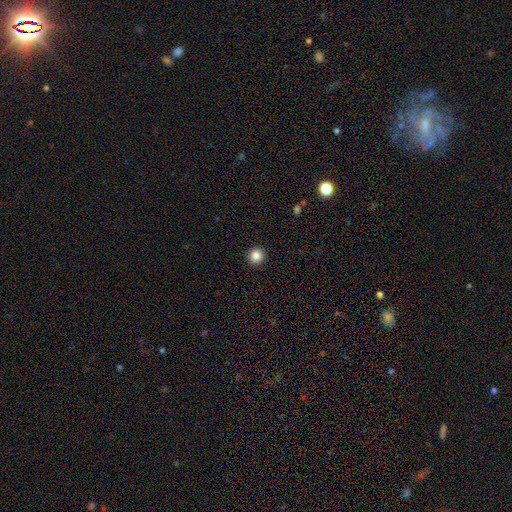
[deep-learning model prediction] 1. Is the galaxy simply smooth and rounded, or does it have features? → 85% smooth, 10% star or artifact, 4% featured or disk.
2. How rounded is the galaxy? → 94% round, 5% in between, 1% cigar-shaped.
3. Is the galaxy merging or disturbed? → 93% none, 4% minor disturbance, 2% major disturbance, 1% merger.